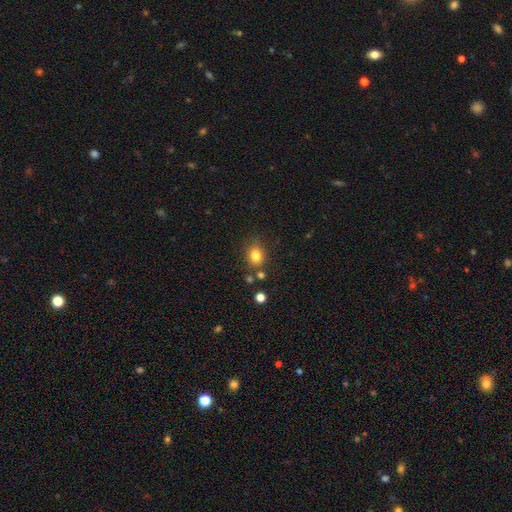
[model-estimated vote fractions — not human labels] The model was most divided on "how rounded": round: 50%, in between: 49%, cigar-shaped: 1%. More confident: smooth or featured — smooth (82%); merging — none (74%).